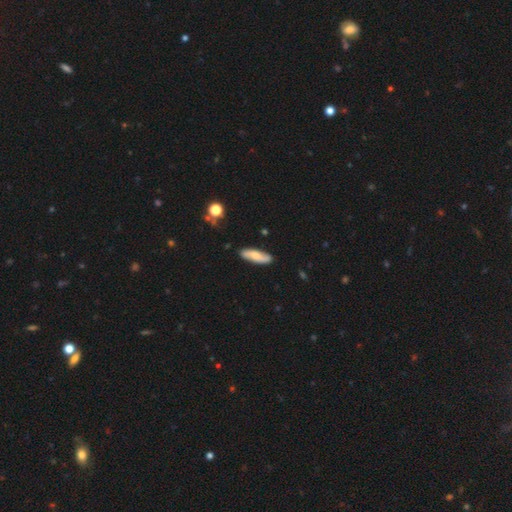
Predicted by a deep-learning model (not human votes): This is possibly a smooth galaxy (58%). How rounded: possibly cigar-shaped (50%). Merging: clearly none (85%).